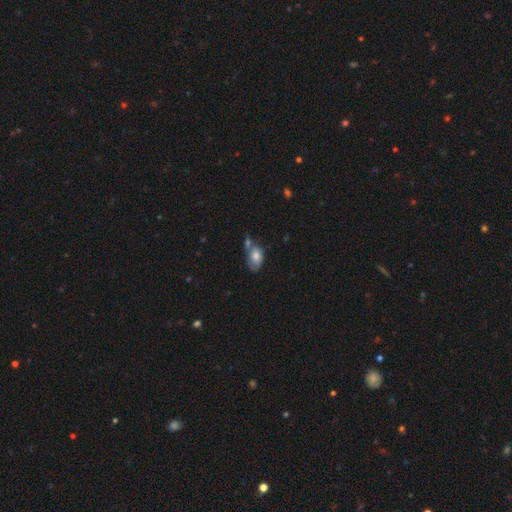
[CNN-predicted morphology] Smooth or featured?
  - smooth: 70% *
  - featured or disk: 22%
  - star or artifact: 8%
How rounded?
  - in between: 88% *
  - round: 10%
  - cigar-shaped: 2%
Merging?
  - merger: 35% *
  - none: 30%
  - minor disturbance: 23%
  - major disturbance: 13%